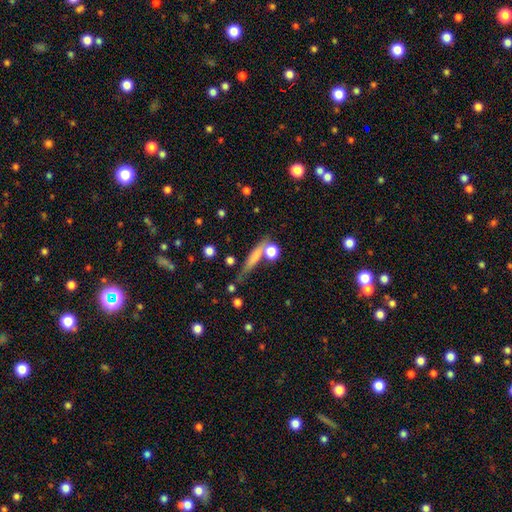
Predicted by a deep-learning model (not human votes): smooth-or-featured: smooth: 63% | featured or disk: 27% | star or artifact: 10%
  how-rounded: cigar-shaped: 76% | in between: 15% | round: 9%
  merging: none: 62% | minor disturbance: 16% | merger: 15% | major disturbance: 7%